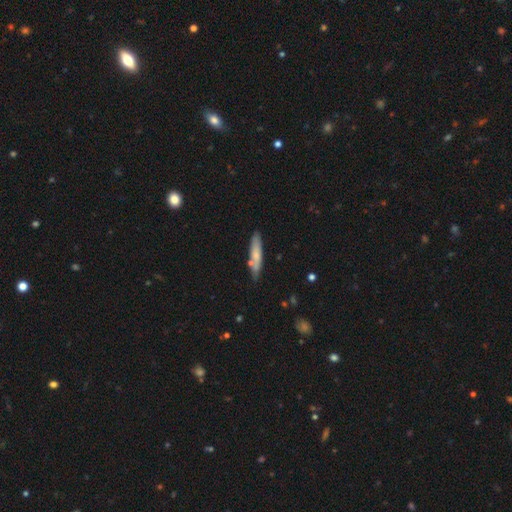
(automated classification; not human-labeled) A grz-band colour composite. It shows a smooth galaxy with no disk features (66%) that is cigar-shaped (83%). Merging: none (76%).